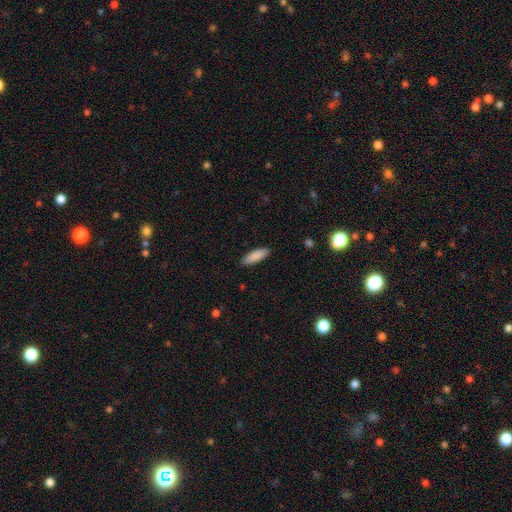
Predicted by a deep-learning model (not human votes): Overall: smooth (89%). How rounded: in between (59%; cigar-shaped 39%). Merging: none (89%).